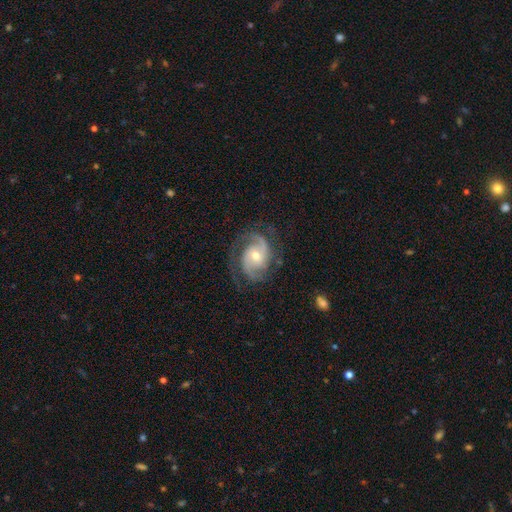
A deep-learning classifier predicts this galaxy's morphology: smooth-or-featured: featured or disk: 88% | smooth: 7% | star or artifact: 5%
  disk-edge-on: no: 98% | yes: 2%
    bar: no: 58% | weak: 34% | strong: 8%
    has-spiral-arms: yes: 97% | no: 3%
      spiral-winding: medium: 48% | tight: 36% | loose: 16%
      spiral-arm-count: 2: 69% | 3: 14% | can't tell: 8% | 1: 4% | 4: 3% | more than 4: 2%
    bulge-size: moderate: 59% | small: 35% | large: 4% | none: 1% | dominant: 1%
  merging: none: 72% | minor disturbance: 17% | major disturbance: 9% | merger: 1%